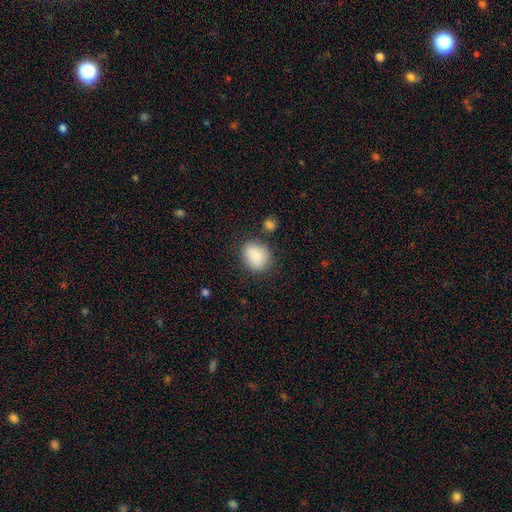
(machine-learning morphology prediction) A smooth galaxy with no disk features (87%) that is round (51%). Merging: none (77%).